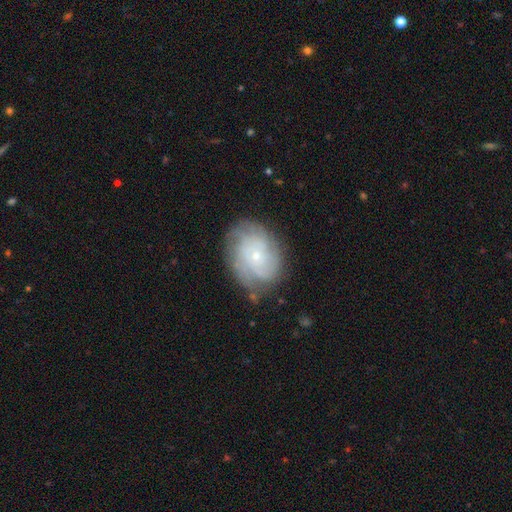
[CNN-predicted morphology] type=featured or disk (71%); edge-on=no (97%); bar=no (83%); spiral arms=yes (90%); winding=tight (67%); arm count=can't tell (43%); bulge=small (80%); merging=none (72%).